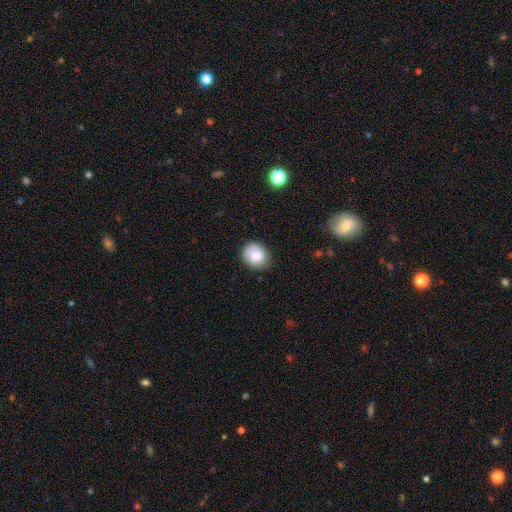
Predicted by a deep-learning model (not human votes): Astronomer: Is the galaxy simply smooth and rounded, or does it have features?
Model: smooth — 77%.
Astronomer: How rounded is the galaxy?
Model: round — 66%.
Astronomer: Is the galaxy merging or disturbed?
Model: none — 77%.